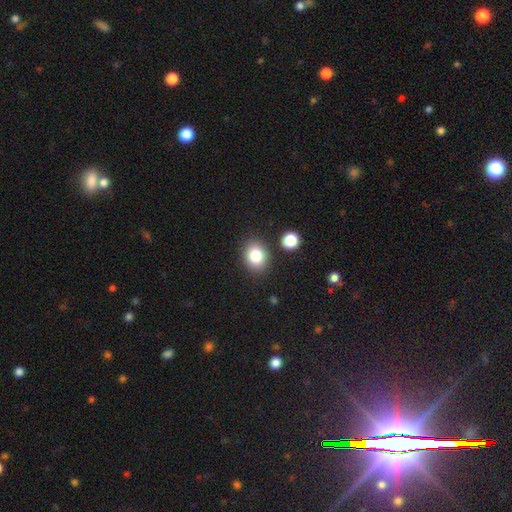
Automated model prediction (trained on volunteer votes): Q: Smooth or featured?
A: smooth (83%); runner-up: star or artifact (10%)
Q: How rounded?
A: round (54%); runner-up: in between (45%)
Q: Merging?
A: none (84%); runner-up: minor disturbance (8%)